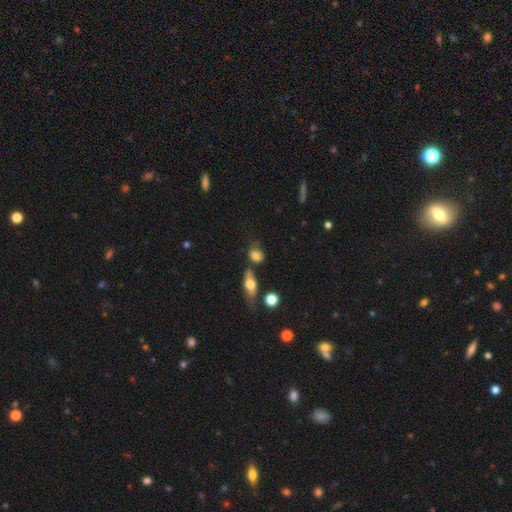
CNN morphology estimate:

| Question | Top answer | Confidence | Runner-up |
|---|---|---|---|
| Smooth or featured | smooth | 75% | featured or disk (15%) |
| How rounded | in between | 52% | round (44%) |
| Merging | none | 51% | minor disturbance (23%) |